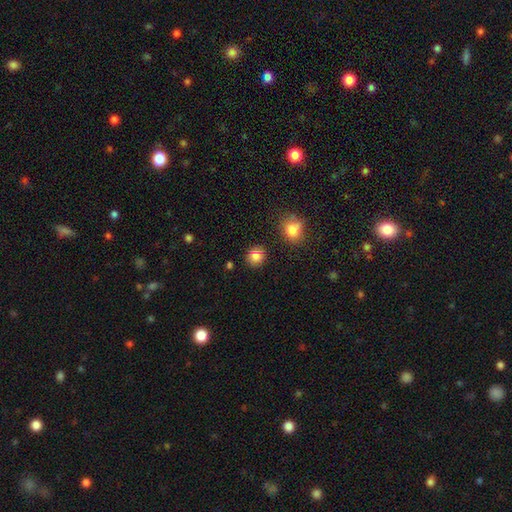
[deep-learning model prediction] This is clearly a smooth galaxy (83%). How rounded: clearly round (82%). Merging: clearly none (86%).